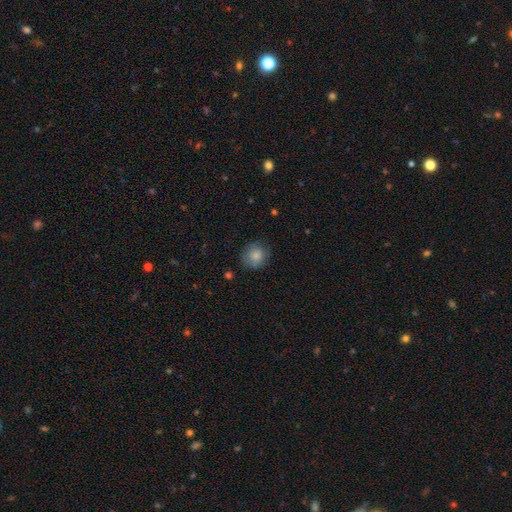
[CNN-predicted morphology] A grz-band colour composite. It shows a smooth galaxy with no disk features (83%) that is round (81%). Merging: none (78%).